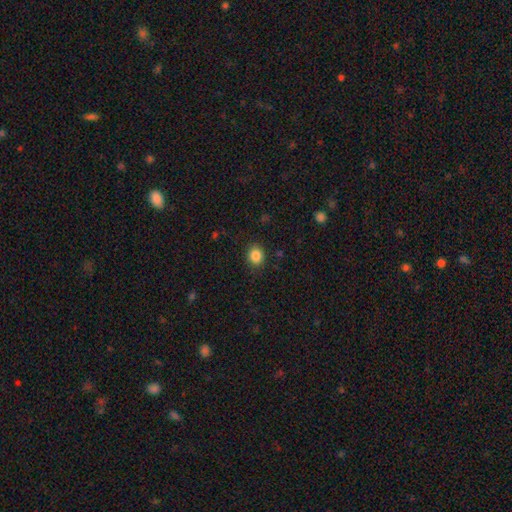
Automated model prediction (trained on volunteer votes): Q: Smooth or featured?
A: smooth (86%); runner-up: star or artifact (10%)
Q: How rounded?
A: round (72%); runner-up: in between (27%)
Q: Merging?
A: none (87%); runner-up: minor disturbance (9%)